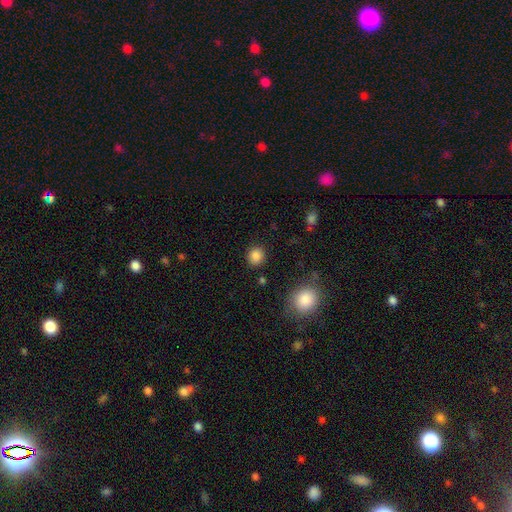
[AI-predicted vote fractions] Overall: smooth (85%). How rounded: round (85%). Merging: none (88%).